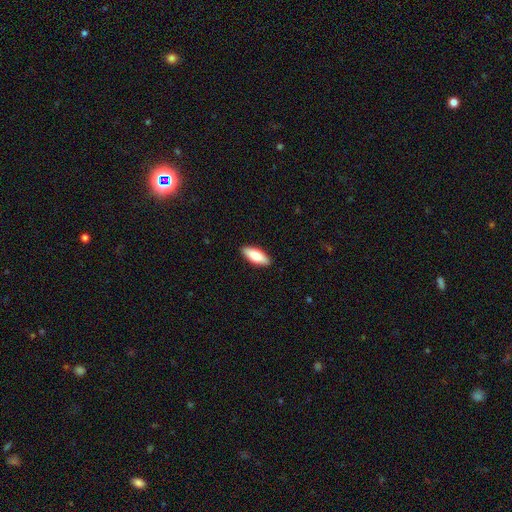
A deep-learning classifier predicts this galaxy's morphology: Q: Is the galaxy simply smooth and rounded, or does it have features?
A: smooth — 79%.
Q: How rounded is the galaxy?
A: in between — 75%.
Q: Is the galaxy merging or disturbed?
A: none — 90%.